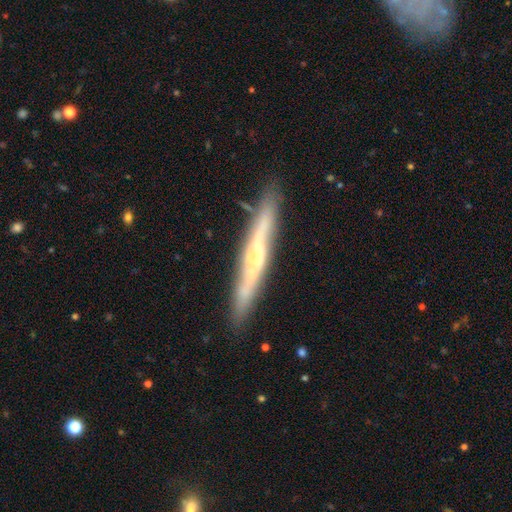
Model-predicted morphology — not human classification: This appears to be a featured or disk galaxy (66%) viewed edge-on (87%) with no central bulge (53%). Merging: none (84%).